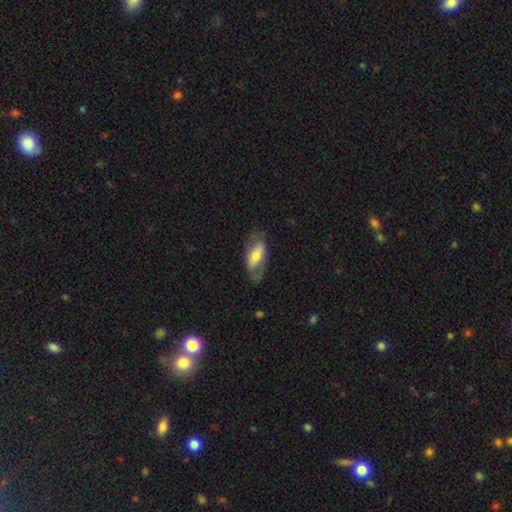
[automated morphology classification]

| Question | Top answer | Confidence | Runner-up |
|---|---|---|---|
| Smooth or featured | smooth | 53% | featured or disk (41%) |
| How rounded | in between | 85% | cigar-shaped (11%) |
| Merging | none | 62% | minor disturbance (22%) |